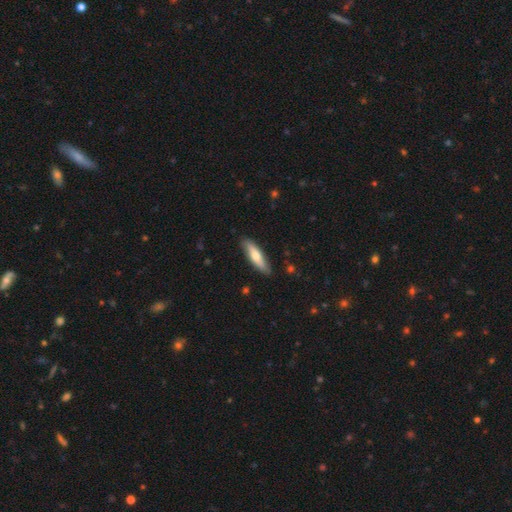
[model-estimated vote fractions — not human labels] Smooth or featured? smooth (63%)
How rounded? cigar-shaped (73%)
Merging? none (87%)